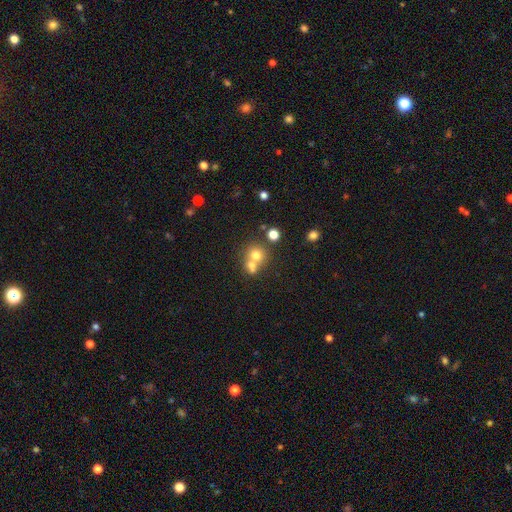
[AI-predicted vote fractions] smooth 70%, featured or disk 16%, star or artifact 14%. Down the decision tree: how rounded — round (81%); merging — merger (54%).